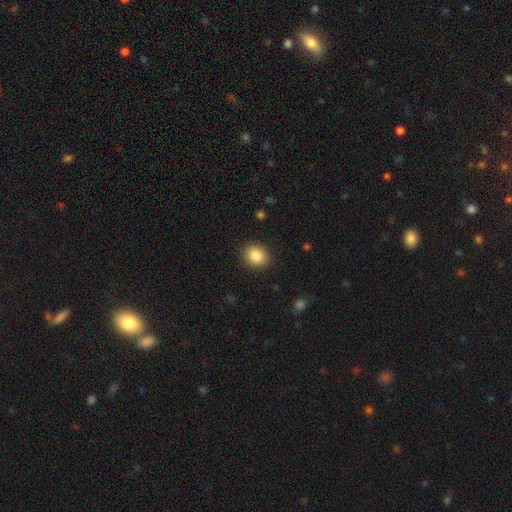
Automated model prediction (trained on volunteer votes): Overall: smooth (86%). How rounded: round (68%; in between 32%). Merging: none (89%).